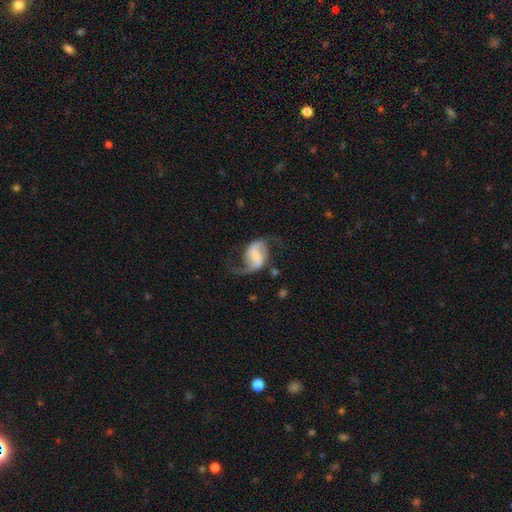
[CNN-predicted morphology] smooth-or-featured: featured or disk: 82% | smooth: 13% | star or artifact: 6%
  disk-edge-on: no: 97% | yes: 3%
    bar: weak: 42% | strong: 39% | no: 19%
    has-spiral-arms: yes: 93% | no: 7%
      spiral-winding: loose: 69% | medium: 26% | tight: 6%
      spiral-arm-count: 2: 89% | 1: 6% | can't tell: 3% | 3: 1% | 4: 1% | more than 4: 1%
    bulge-size: small: 43% | moderate: 32% | none: 16% | large: 7% | dominant: 2%
  merging: none: 58% | major disturbance: 21% | minor disturbance: 18% | merger: 3%